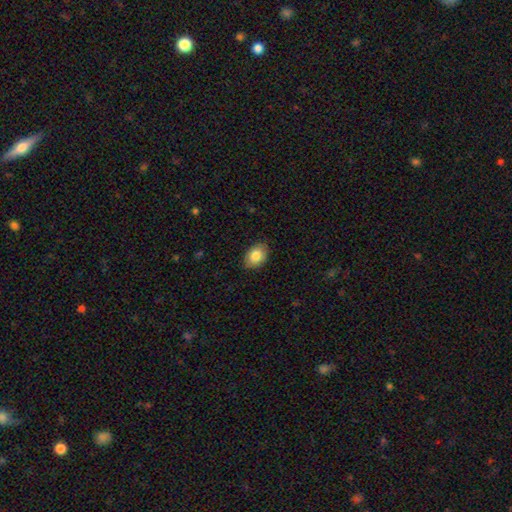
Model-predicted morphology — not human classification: The model was most divided on "how rounded": in between: 77%, round: 22%, cigar-shaped: 1%. More confident: smooth or featured — smooth (84%); merging — none (84%).